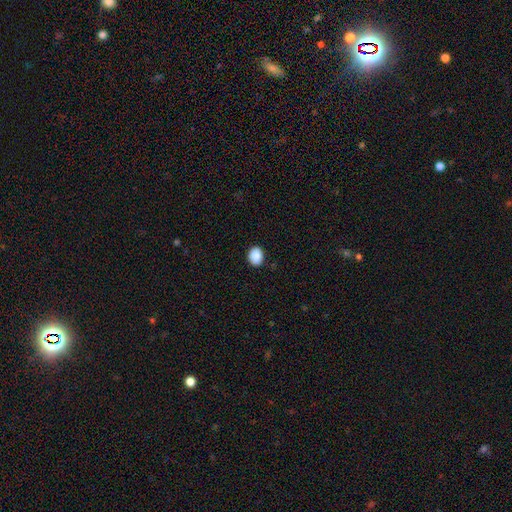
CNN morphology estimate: This appears to be a smooth galaxy with no disk features (90%) that is in between round and cigar-shaped (56%). Merging: none (89%).